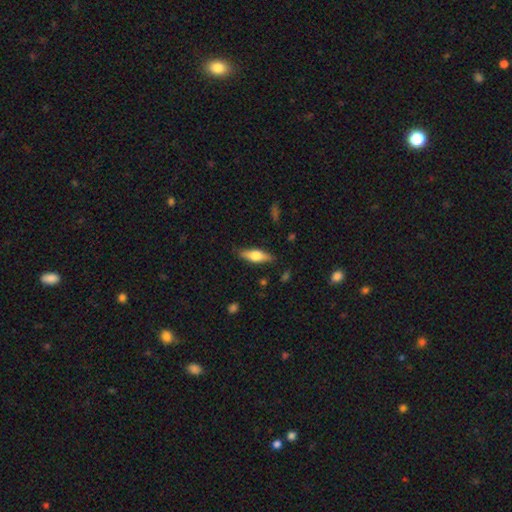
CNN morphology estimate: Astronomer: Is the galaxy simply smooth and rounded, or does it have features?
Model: smooth — 50% (runner-up: featured or disk, 44%).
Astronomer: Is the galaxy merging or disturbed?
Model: none — 85%.